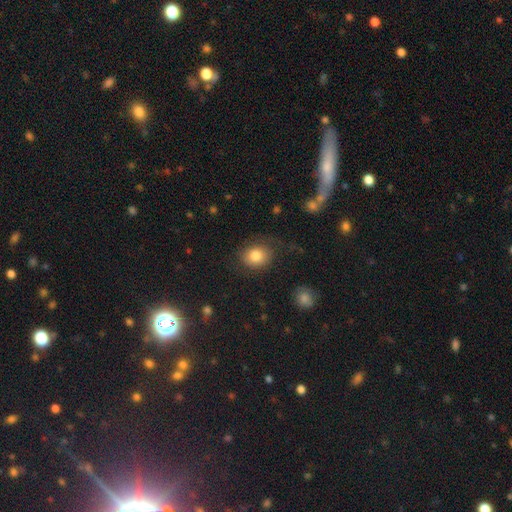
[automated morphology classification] Overall: smooth (80%). How rounded: round (57%; in between 42%). Merging: none (66%).